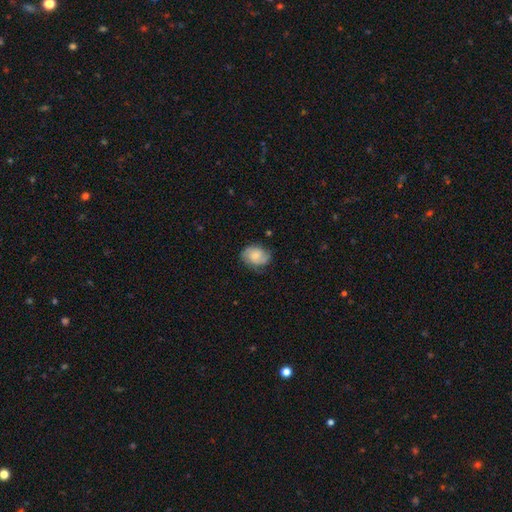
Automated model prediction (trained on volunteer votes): Smooth or featured: smooth — 56% (featured or disk — 37%)
How rounded: in between — 60% (round — 39%)
Merging: none — 69% (minor disturbance — 23%)